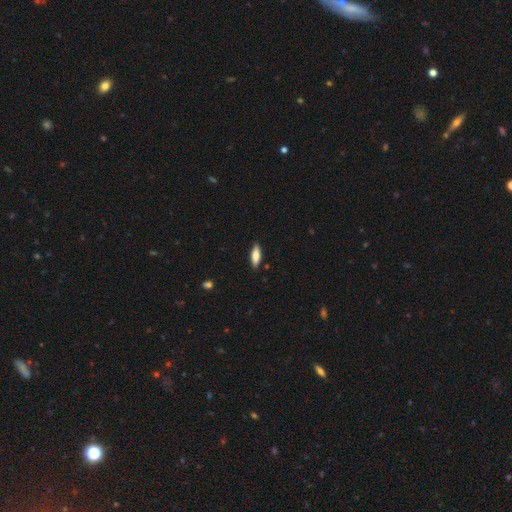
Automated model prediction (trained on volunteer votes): Smooth or featured? smooth (75%)
How rounded? in between (56%)
Merging? none (88%)